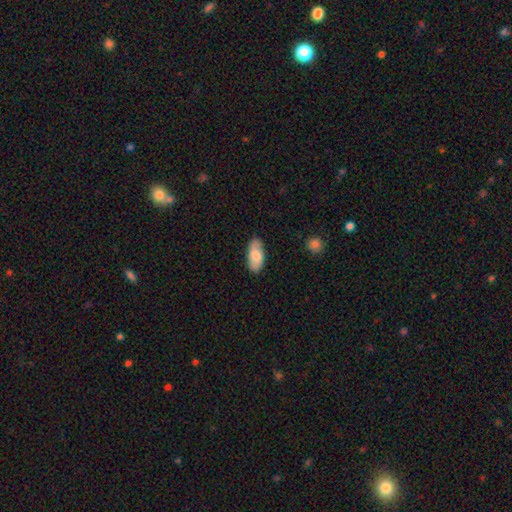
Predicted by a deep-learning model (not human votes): smooth-or-featured: smooth: 75% | featured or disk: 20% | star or artifact: 6%
  how-rounded: in between: 90% | cigar-shaped: 8% | round: 2%
  merging: none: 85% | minor disturbance: 12% | major disturbance: 2% | merger: 1%